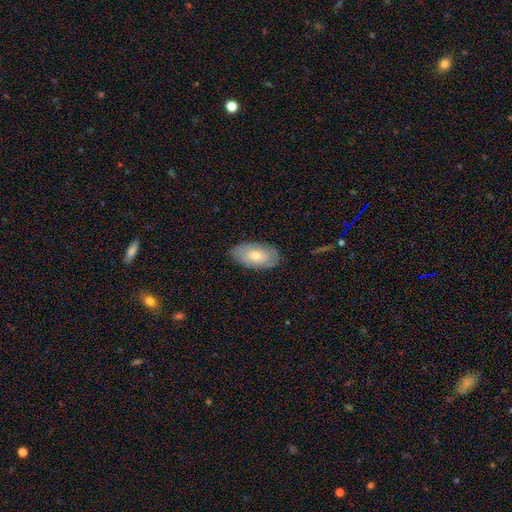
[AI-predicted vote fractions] Overall: smooth (59%; featured or disk 35%). How rounded: in between (94%). Merging: none (81%).